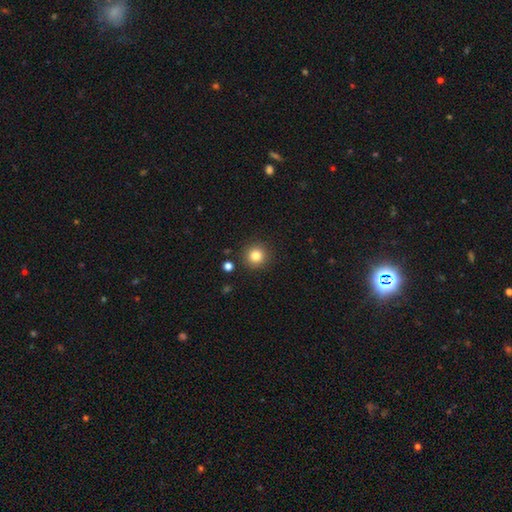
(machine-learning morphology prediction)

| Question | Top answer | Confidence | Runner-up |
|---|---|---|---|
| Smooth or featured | smooth | 83% | star or artifact (11%) |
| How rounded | round | 94% | in between (5%) |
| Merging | none | 89% | minor disturbance (6%) |